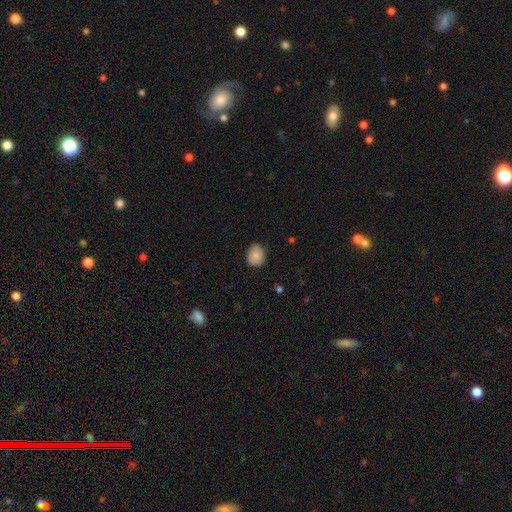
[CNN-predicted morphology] Q: Smooth or featured?
A: smooth (85%); runner-up: star or artifact (8%)
Q: How rounded?
A: round (60%); runner-up: in between (39%)
Q: Merging?
A: none (77%); runner-up: minor disturbance (19%)